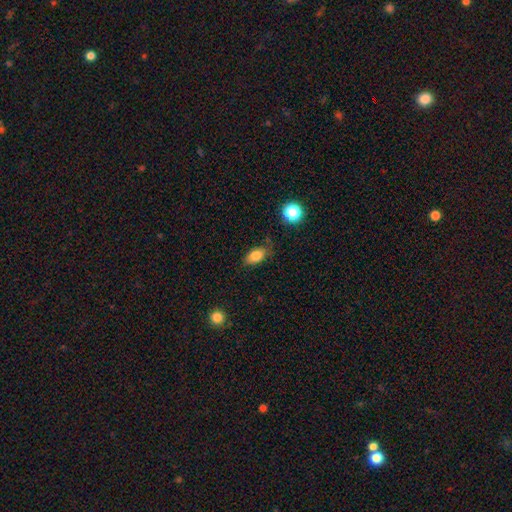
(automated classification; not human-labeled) This appears to be a smooth galaxy with no disk features (82%) that is in between round and cigar-shaped (86%). Merging: none (70%).